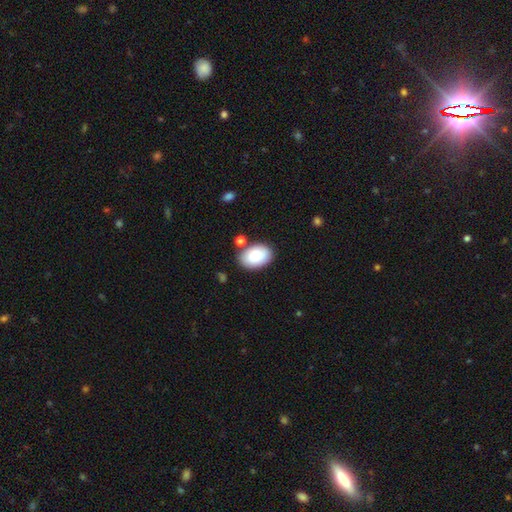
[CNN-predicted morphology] This is clearly a smooth galaxy (84%). How rounded: clearly in between (87%). Merging: likely none (77%).